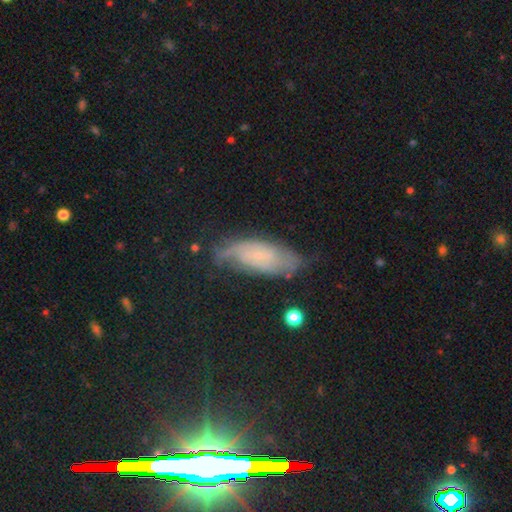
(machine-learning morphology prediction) featured or disk 51%, smooth 31%, star or artifact 18%. Down the decision tree: edge-on disk — no (84%); merging — none (60%).